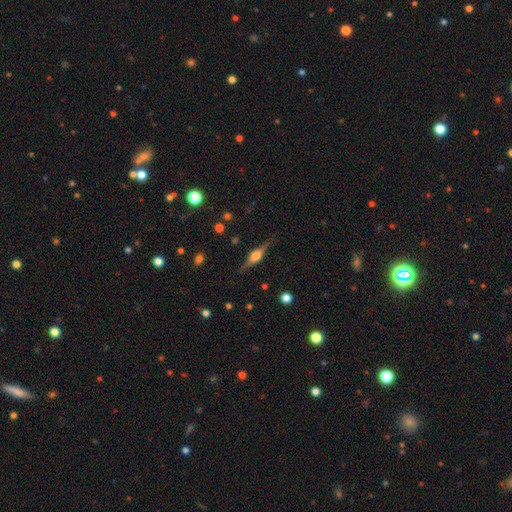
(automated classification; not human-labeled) The model was most divided on "smooth or featured": featured or disk: 80%, smooth: 13%, star or artifact: 7%. More confident: edge-on disk — yes (98%); merging — none (86%); edge-on bulge — rounded (84%).